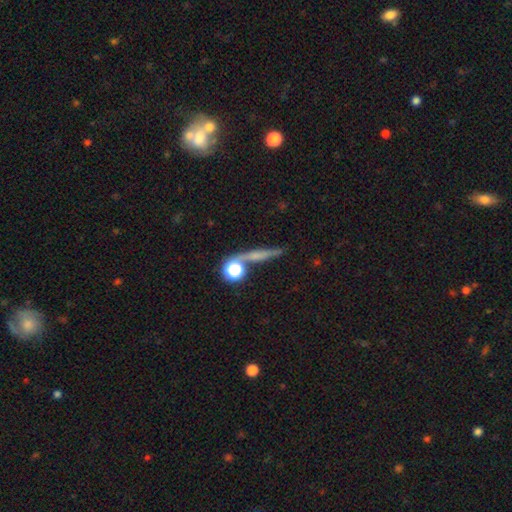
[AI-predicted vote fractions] Smooth or featured? Predicted: smooth (p=0.42). Merging? Predicted: none (p=0.71).